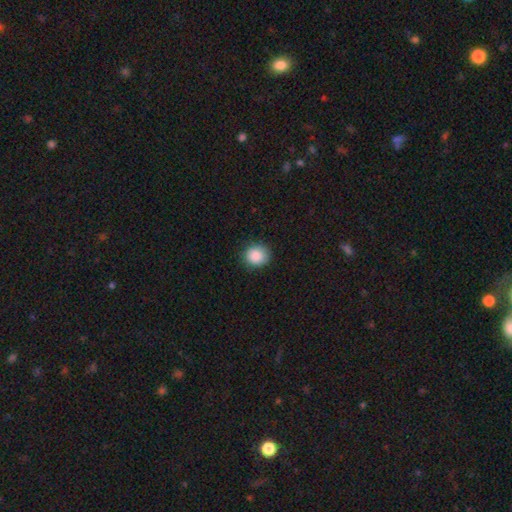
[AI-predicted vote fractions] Smooth or featured? smooth (88%)
How rounded? round (87%)
Merging? none (86%)